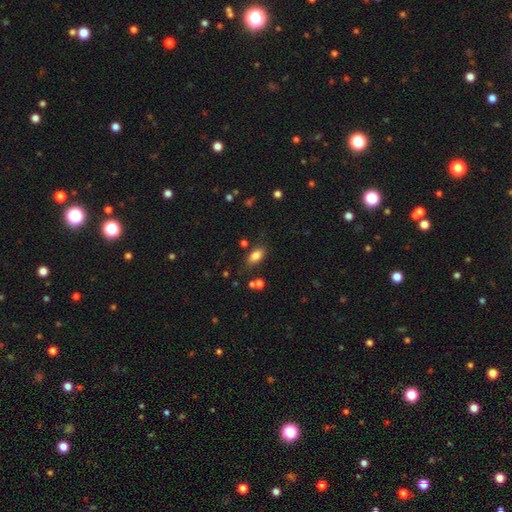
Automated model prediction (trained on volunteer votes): Overall: smooth (82%). How rounded: in between (88%). Merging: none (76%).